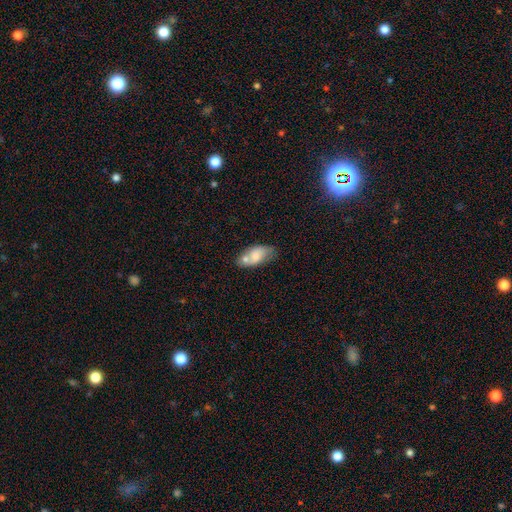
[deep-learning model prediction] Morphology: type=smooth (68%); roundness=in between (90%); merging=none (43%).